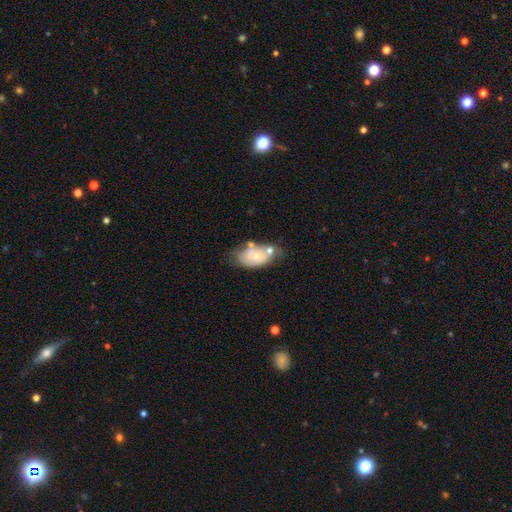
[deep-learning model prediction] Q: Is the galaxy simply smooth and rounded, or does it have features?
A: smooth — 50%.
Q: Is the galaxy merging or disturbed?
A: none — 40%.